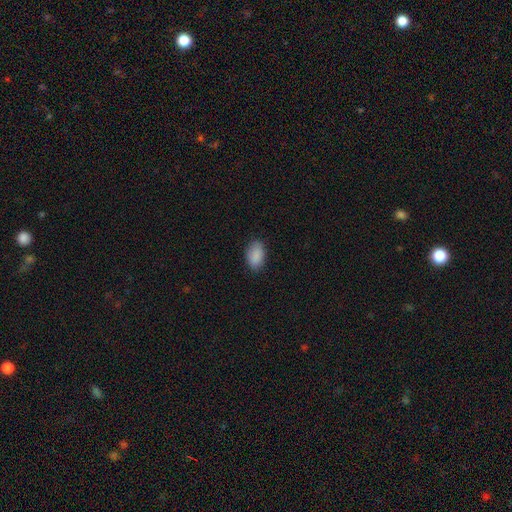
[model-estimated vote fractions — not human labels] This is clearly a smooth galaxy (89%). How rounded: clearly in between (90%). Merging: clearly none (81%).